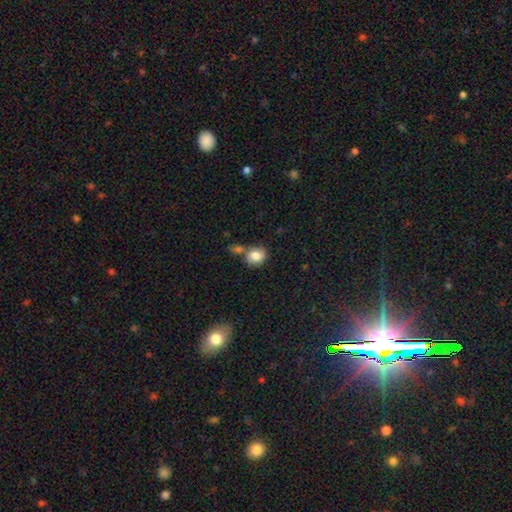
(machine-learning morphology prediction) The model was most divided on "how rounded": round: 55%, in between: 44%, cigar-shaped: 1%. More confident: smooth or featured — smooth (83%); merging — none (52%).